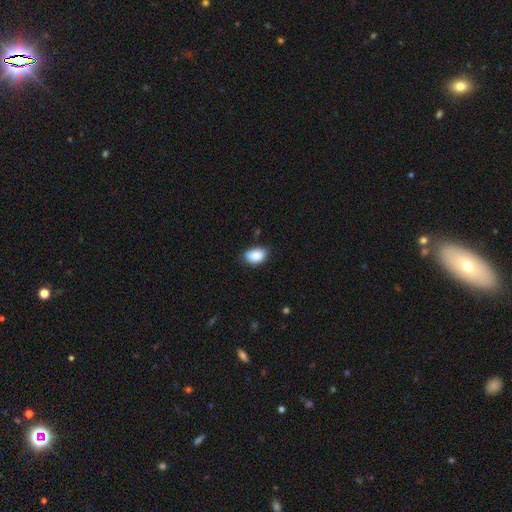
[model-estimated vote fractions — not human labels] A smooth galaxy with no disk features (88%) that is in between round and cigar-shaped (87%). Merging: none (73%).